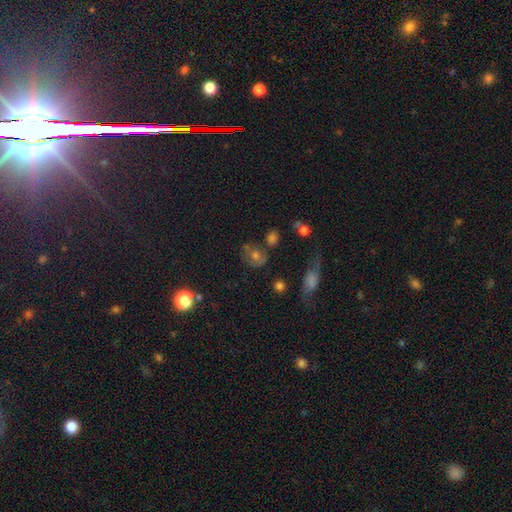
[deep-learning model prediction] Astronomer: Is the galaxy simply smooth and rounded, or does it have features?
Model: smooth — 49% (runner-up: star or artifact, 27%).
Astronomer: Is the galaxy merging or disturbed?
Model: none — 59%.